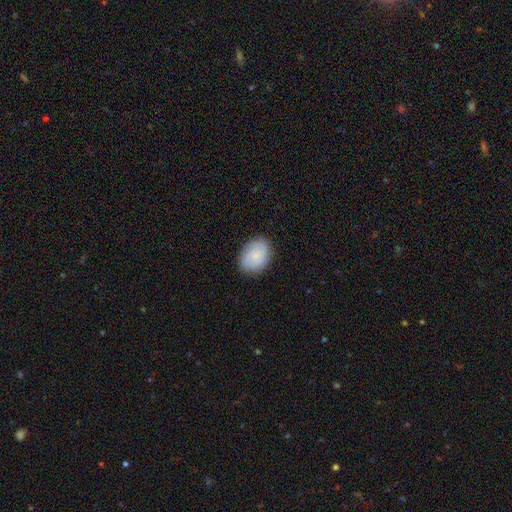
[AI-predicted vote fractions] smooth 55%, featured or disk 38%, star or artifact 8%. Down the decision tree: how rounded — in between (69%); merging — none (83%).